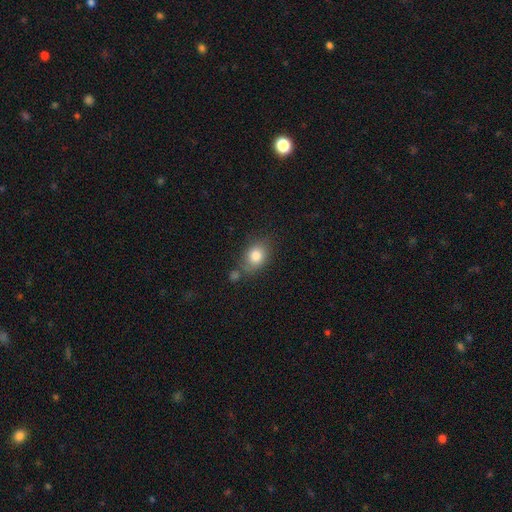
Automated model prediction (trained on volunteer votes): Smooth or featured? smooth (82%)
How rounded? in between (57%)
Merging? none (64%)